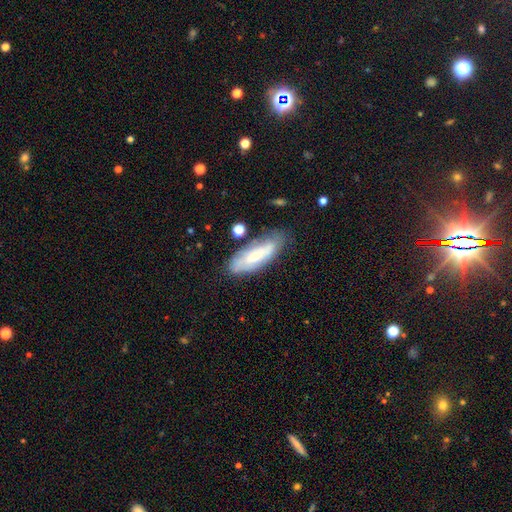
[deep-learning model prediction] The model was most divided on "smooth or featured": smooth: 47%, featured or disk: 46%, star or artifact: 7%. More confident: merging — none (68%).